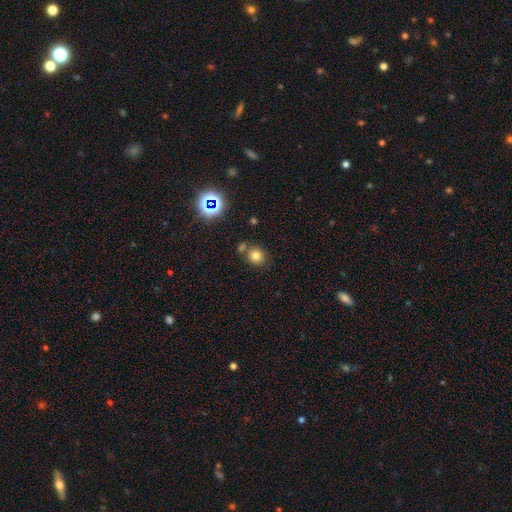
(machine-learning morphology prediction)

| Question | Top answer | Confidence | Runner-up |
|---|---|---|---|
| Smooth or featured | smooth | 76% | star or artifact (17%) |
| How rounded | round | 81% | in between (18%) |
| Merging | none | 69% | merger (17%) |